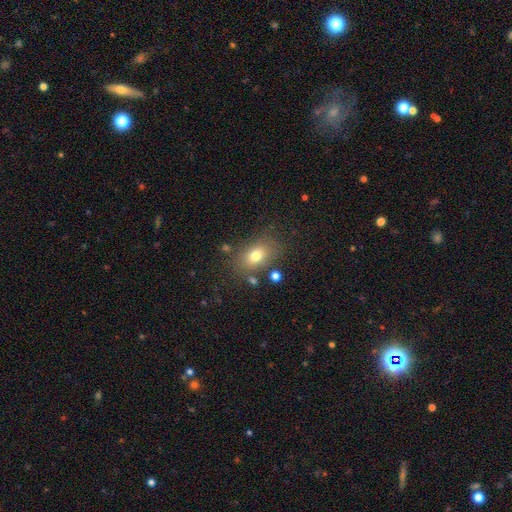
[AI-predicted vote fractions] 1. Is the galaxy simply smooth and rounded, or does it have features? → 74% smooth, 14% featured or disk, 12% star or artifact.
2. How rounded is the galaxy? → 79% in between, 19% round, 2% cigar-shaped.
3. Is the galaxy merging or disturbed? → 75% none, 14% minor disturbance, 6% major disturbance, 5% merger.